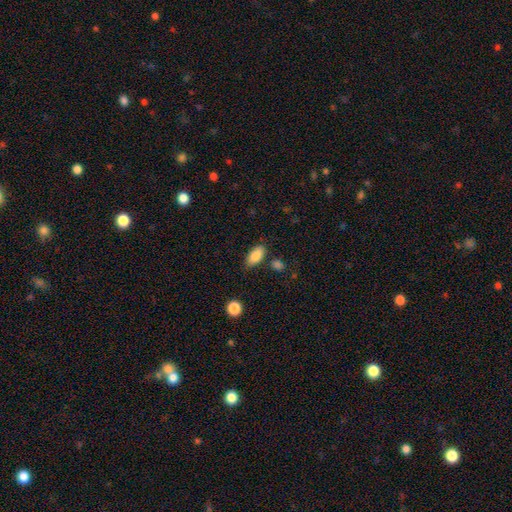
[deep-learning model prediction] A smooth galaxy with no disk features (86%) that is in between round and cigar-shaped (91%). Merging: none (78%).